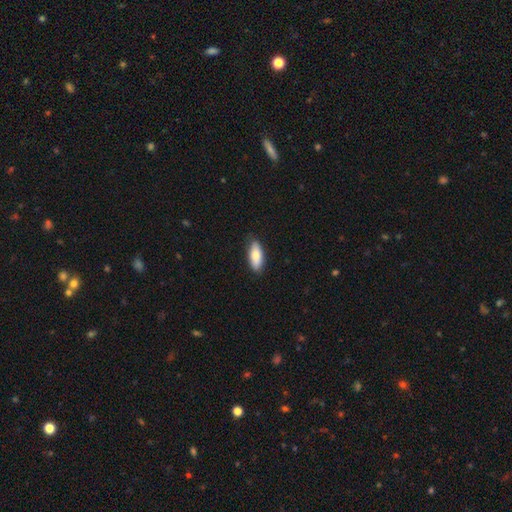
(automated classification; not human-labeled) Overall: smooth (79%). How rounded: in between (77%). Merging: none (86%).